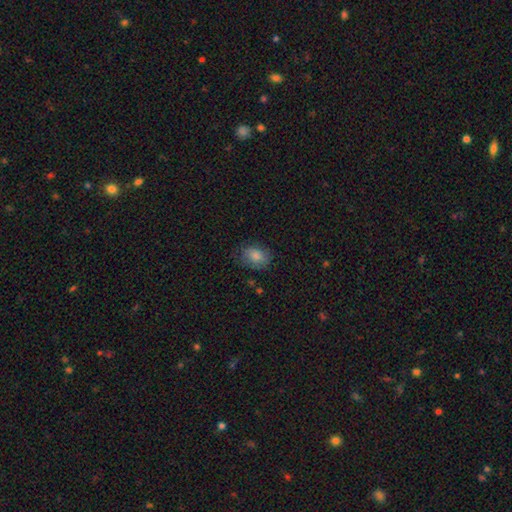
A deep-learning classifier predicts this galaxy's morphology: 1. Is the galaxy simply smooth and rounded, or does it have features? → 84% smooth, 8% featured or disk, 8% star or artifact.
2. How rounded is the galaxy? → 75% in between, 24% round, 1% cigar-shaped.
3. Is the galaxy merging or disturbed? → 72% none, 20% minor disturbance, 6% major disturbance, 1% merger.